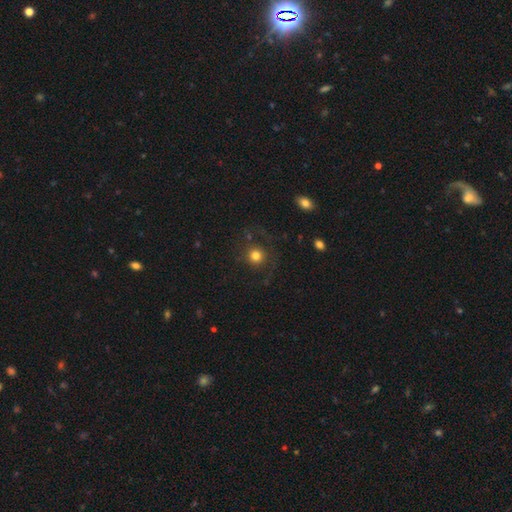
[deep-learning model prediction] Overall: smooth (72%). How rounded: round (93%). Merging: none (74%).